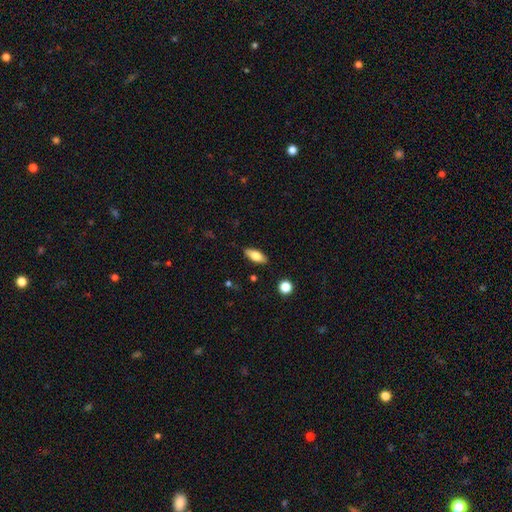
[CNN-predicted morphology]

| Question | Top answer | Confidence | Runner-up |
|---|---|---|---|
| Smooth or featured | smooth | 71% | featured or disk (22%) |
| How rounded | in between | 80% | cigar-shaped (17%) |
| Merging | none | 87% | minor disturbance (9%) |